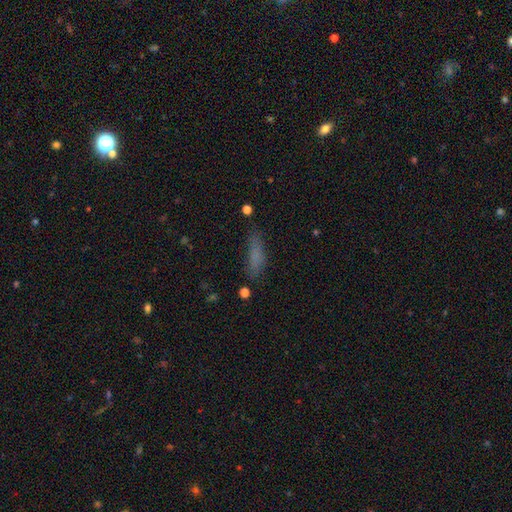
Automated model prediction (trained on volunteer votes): Overall: smooth (74%). How rounded: cigar-shaped (64%; in between 34%). Merging: none (66%).